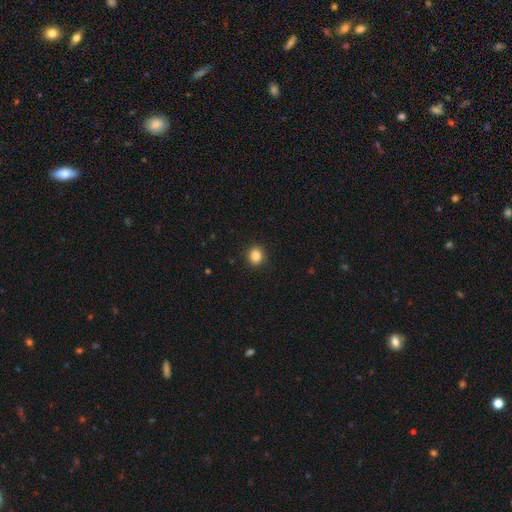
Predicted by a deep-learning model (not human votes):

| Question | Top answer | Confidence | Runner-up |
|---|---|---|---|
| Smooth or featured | smooth | 85% | star or artifact (11%) |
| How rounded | round | 82% | in between (17%) |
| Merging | none | 92% | minor disturbance (5%) |